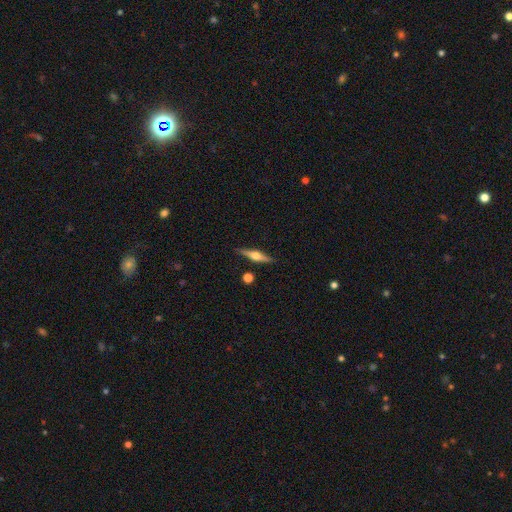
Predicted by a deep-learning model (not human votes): This appears to be a featured or disk galaxy (71%) viewed edge-on (97%) with a rounded central bulge (93%). Merging: none (88%).